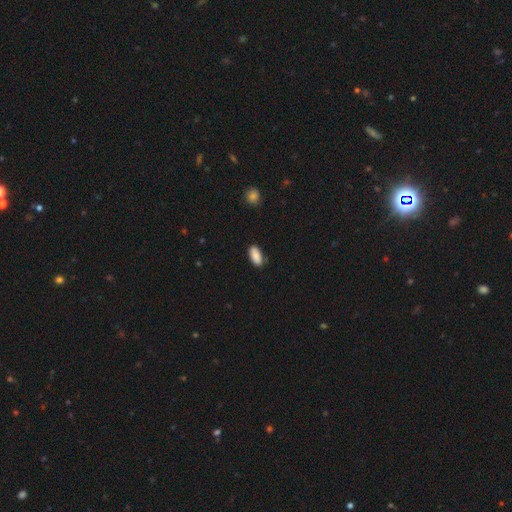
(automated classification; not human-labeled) Smooth or featured: smooth — 88% (star or artifact — 7%)
How rounded: in between — 91% (cigar-shaped — 6%)
Merging: none — 81% (minor disturbance — 15%)